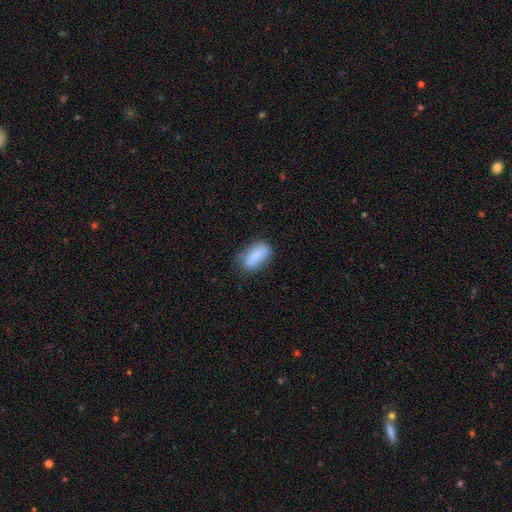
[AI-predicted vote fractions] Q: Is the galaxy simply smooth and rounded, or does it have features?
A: smooth — 83%.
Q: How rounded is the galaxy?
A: in between — 81%.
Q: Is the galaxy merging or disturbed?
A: none — 63%.